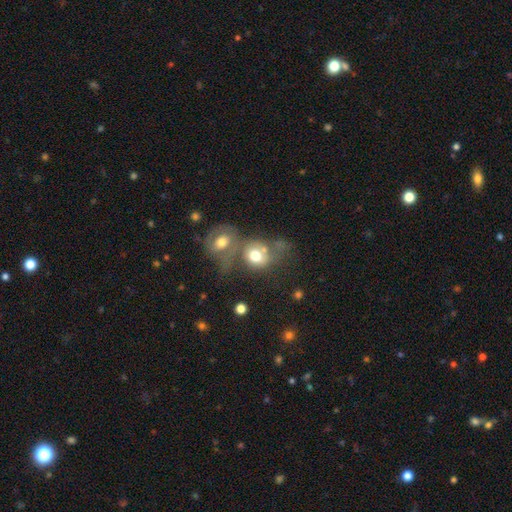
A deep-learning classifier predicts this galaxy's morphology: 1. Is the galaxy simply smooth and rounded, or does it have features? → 63% smooth, 27% featured or disk, 10% star or artifact.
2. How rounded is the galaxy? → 58% round, 41% in between, 1% cigar-shaped.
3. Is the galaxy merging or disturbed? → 61% merger, 18% none, 12% major disturbance, 10% minor disturbance.